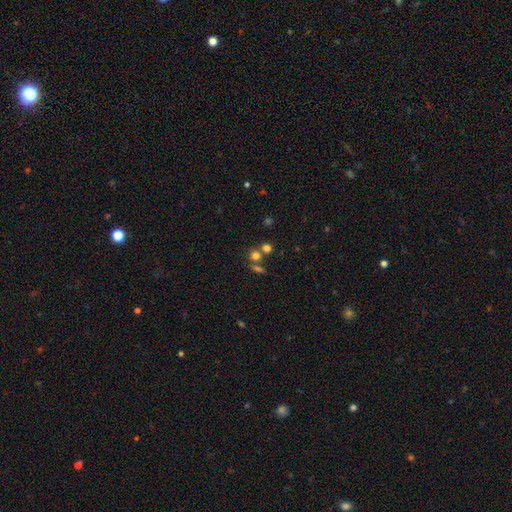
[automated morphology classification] type=smooth (70%); roundness=round (82%); merging=none (56%).